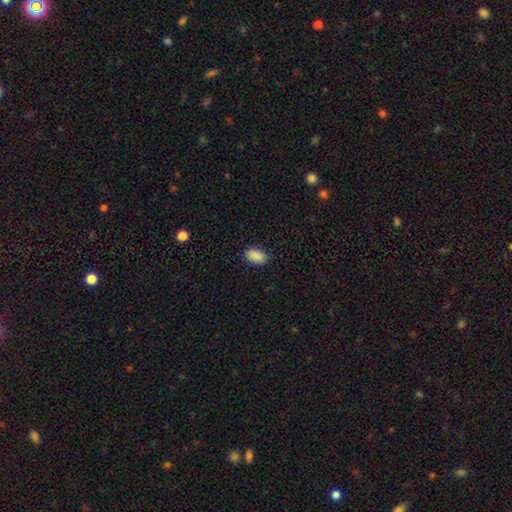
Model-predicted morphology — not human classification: Q: Smooth or featured?
A: smooth (90%); runner-up: star or artifact (7%)
Q: How rounded?
A: in between (92%); runner-up: round (6%)
Q: Merging?
A: none (87%); runner-up: minor disturbance (10%)